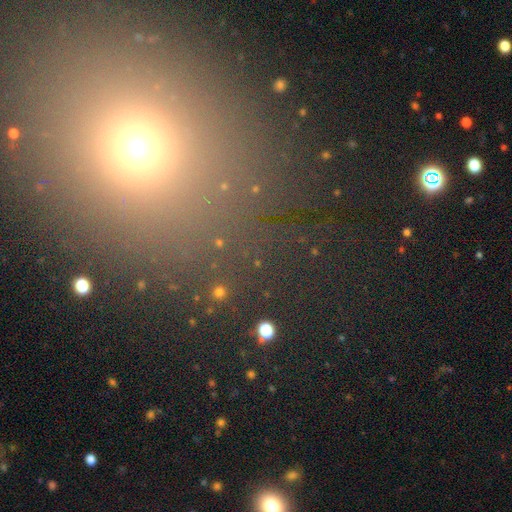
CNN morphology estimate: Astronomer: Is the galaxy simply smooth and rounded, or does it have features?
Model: star or artifact — 47% (runner-up: smooth, 46%).